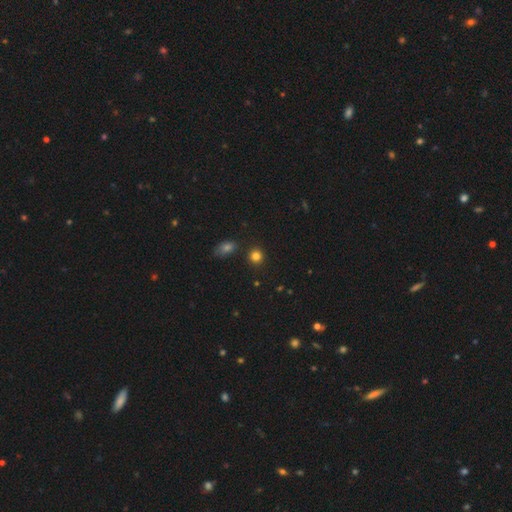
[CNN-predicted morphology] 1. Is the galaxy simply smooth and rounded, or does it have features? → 82% smooth, 13% star or artifact, 5% featured or disk.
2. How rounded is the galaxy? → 88% round, 11% in between, 1% cigar-shaped.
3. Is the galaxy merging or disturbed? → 86% none, 7% minor disturbance, 5% merger, 2% major disturbance.